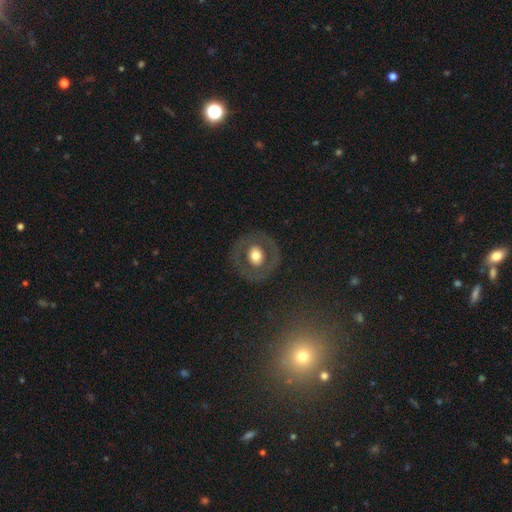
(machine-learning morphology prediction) Smooth or featured?
  - featured or disk: 47% *
  - smooth: 46%
  - star or artifact: 7%
Merging?
  - none: 83% *
  - minor disturbance: 9%
  - major disturbance: 6%
  - merger: 1%